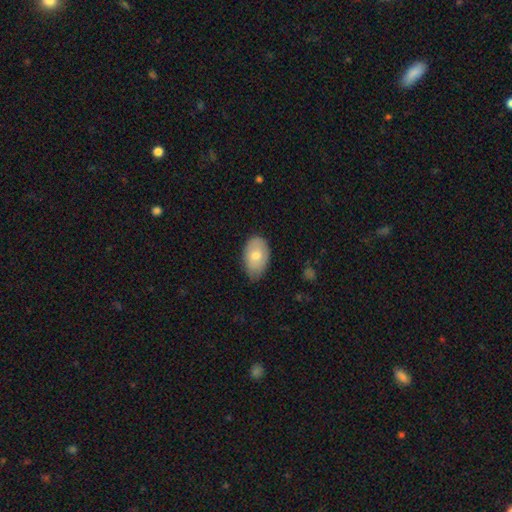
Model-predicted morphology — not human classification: Smooth or featured?
  - smooth: 74% *
  - featured or disk: 20%
  - star or artifact: 6%
How rounded?
  - in between: 91% *
  - round: 8%
  - cigar-shaped: 1%
Merging?
  - none: 63% *
  - minor disturbance: 31%
  - major disturbance: 5%
  - merger: 1%